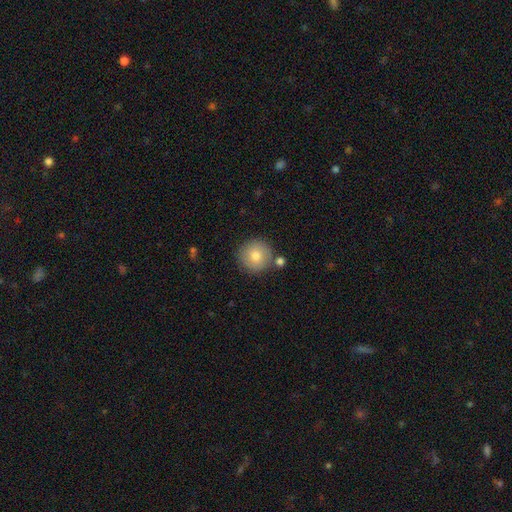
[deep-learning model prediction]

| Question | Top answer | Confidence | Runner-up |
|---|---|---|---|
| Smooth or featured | smooth | 80% | featured or disk (12%) |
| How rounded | round | 95% | in between (4%) |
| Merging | none | 82% | minor disturbance (9%) |